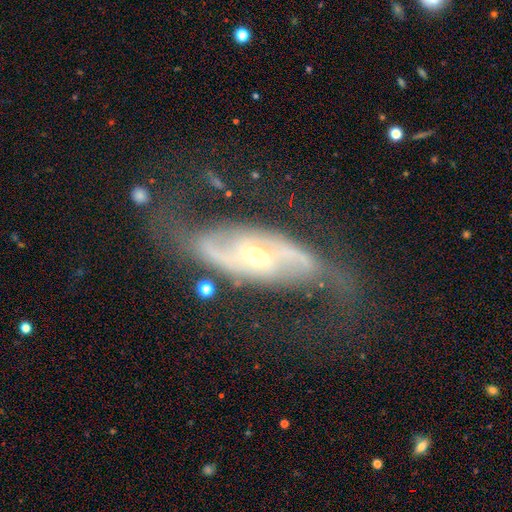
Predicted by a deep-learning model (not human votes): Smooth or featured?
  - featured or disk: 85% *
  - smooth: 10%
  - star or artifact: 6%
Edge-on disk?
  - no: 91% *
  - yes: 9%
Bar?
  - no: 43% *
  - weak: 32%
  - strong: 24%
Spiral arms?
  - yes: 90% *
  - no: 10%
Spiral winding?
  - loose: 49% *
  - medium: 37%
  - tight: 14%
Spiral arm count?
  - 2: 89% *
  - can't tell: 5%
  - 1: 2%
  - 3: 1%
  - 4: 1%
  - more than 4: 1%
Bulge size?
  - moderate: 62% *
  - small: 29%
  - large: 7%
  - dominant: 1%
  - none: 1%
Merging?
  - none: 62% *
  - major disturbance: 18%
  - minor disturbance: 18%
  - merger: 3%